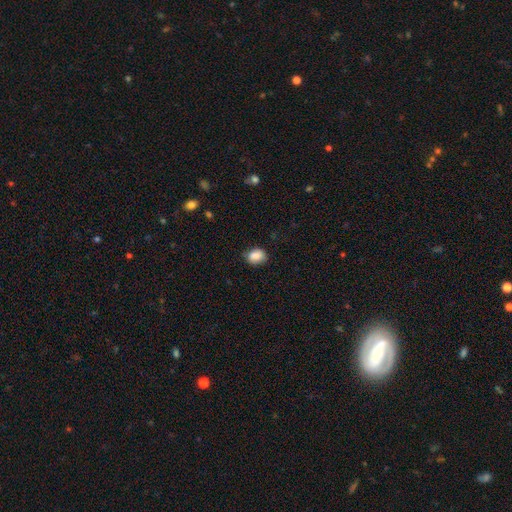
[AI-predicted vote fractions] A smooth galaxy with no disk features (86%) that is in between round and cigar-shaped (57%).

Vote fractions:
- Smooth or featured? smooth: 86% / star or artifact: 9% / featured or disk: 5%
- How rounded? in between: 57% / round: 41% / cigar-shaped: 1%
- Merging? none: 76% / minor disturbance: 19% / major disturbance: 4% / merger: 1%